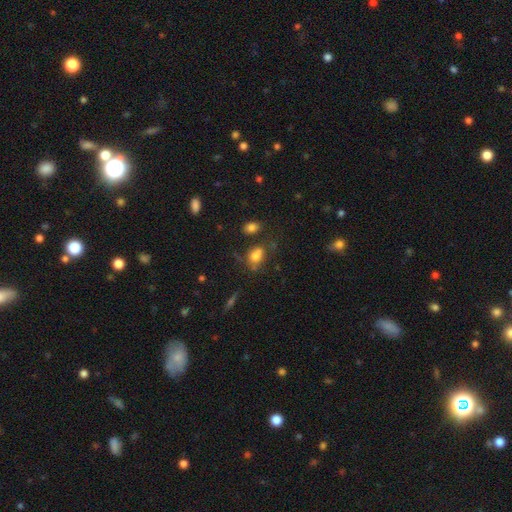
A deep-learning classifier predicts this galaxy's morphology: type=smooth (75%); roundness=in between (75%); merging=none (48%).